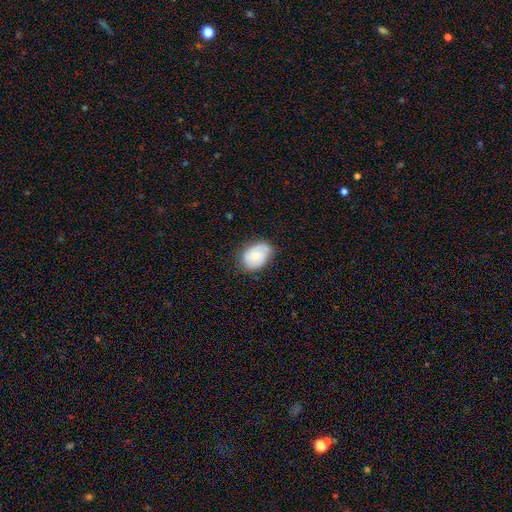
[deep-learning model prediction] Smooth or featured? smooth (64%)
How rounded? in between (76%)
Merging? none (70%)